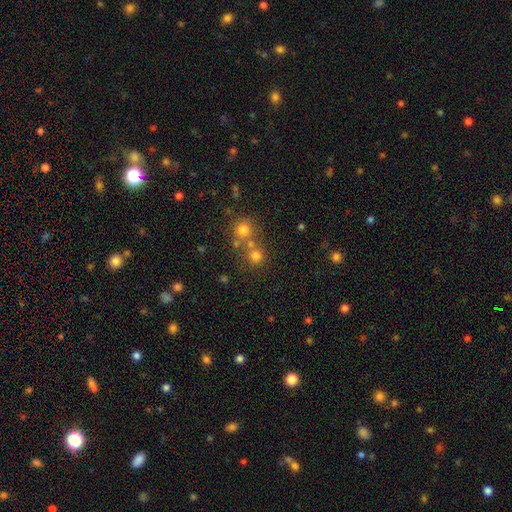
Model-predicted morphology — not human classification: type=smooth (73%); roundness=round (90%); merging=none (58%).